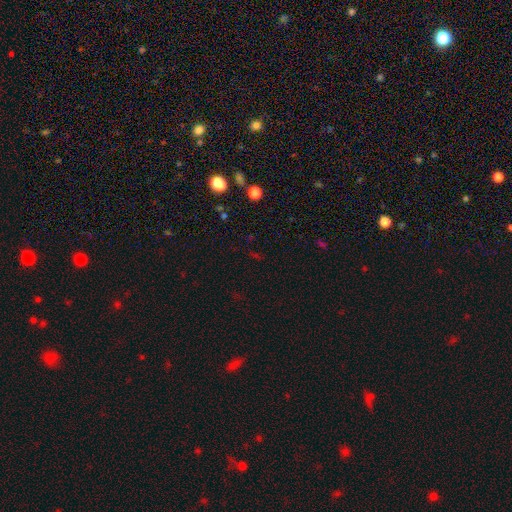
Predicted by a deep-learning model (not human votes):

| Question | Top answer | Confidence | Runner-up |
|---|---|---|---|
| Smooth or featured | star or artifact | 66% | smooth (26%) |